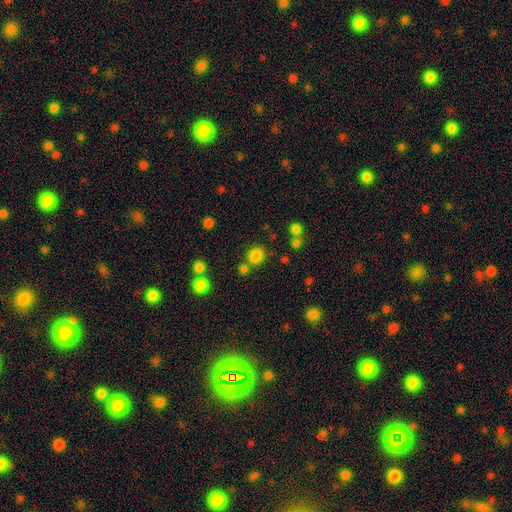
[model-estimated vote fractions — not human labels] This is clearly a smooth galaxy (81%). How rounded: likely round (79%). Merging: likely none (74%).